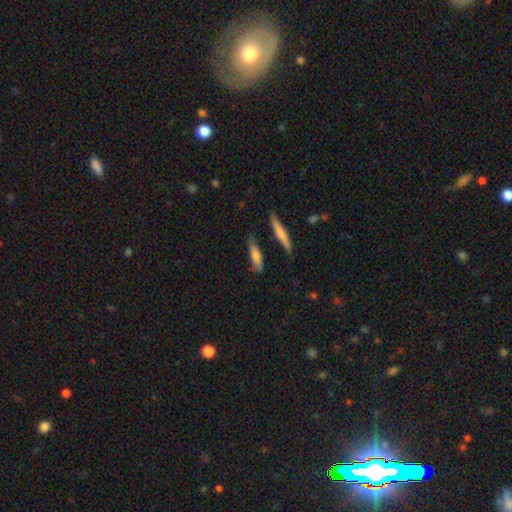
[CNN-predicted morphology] Overall: smooth (70%). How rounded: cigar-shaped (70%). Merging: none (69%).